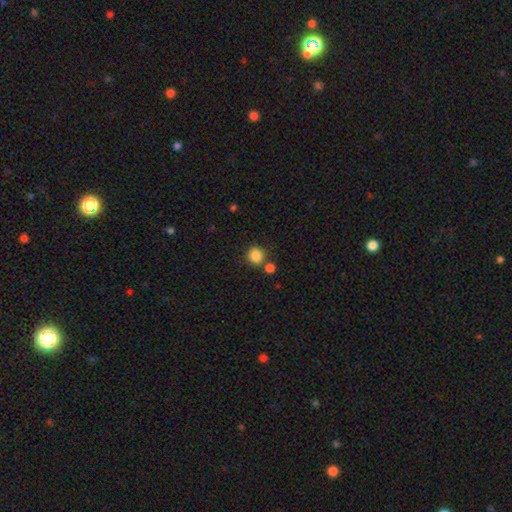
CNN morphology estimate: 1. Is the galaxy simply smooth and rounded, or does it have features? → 86% smooth, 10% star or artifact, 4% featured or disk.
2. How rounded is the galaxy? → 91% round, 8% in between, 1% cigar-shaped.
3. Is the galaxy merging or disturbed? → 74% none, 15% merger, 9% minor disturbance, 3% major disturbance.